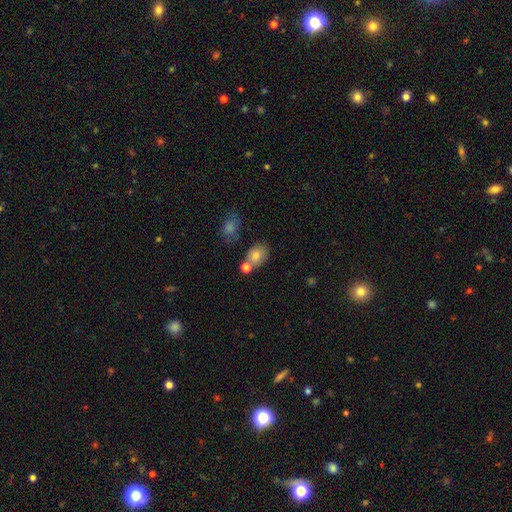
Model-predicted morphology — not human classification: A smooth galaxy with no disk features (78%) that is in between round and cigar-shaped (71%). Merging: none (59%).